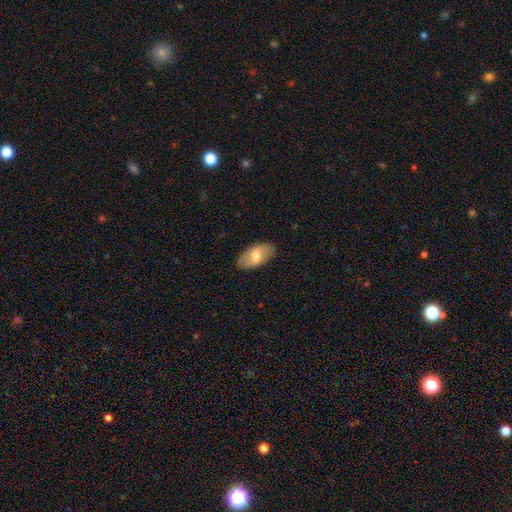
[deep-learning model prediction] smooth 62%, featured or disk 32%, star or artifact 6%. Down the decision tree: how rounded — in between (94%); merging — none (86%).